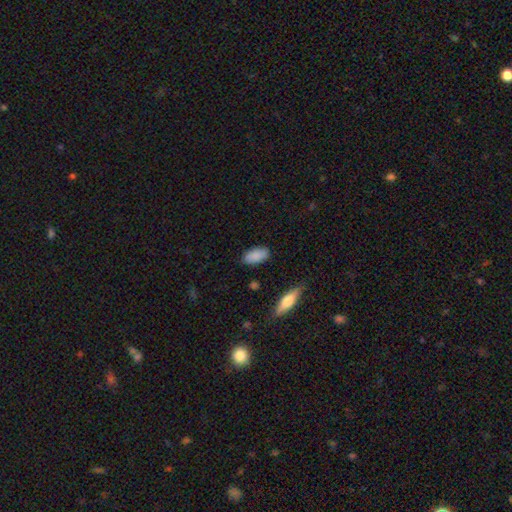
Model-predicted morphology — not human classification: Smooth or featured?
  - smooth: 87% *
  - featured or disk: 7%
  - star or artifact: 6%
How rounded?
  - in between: 90% *
  - cigar-shaped: 8%
  - round: 2%
Merging?
  - none: 84% *
  - minor disturbance: 12%
  - major disturbance: 3%
  - merger: 2%